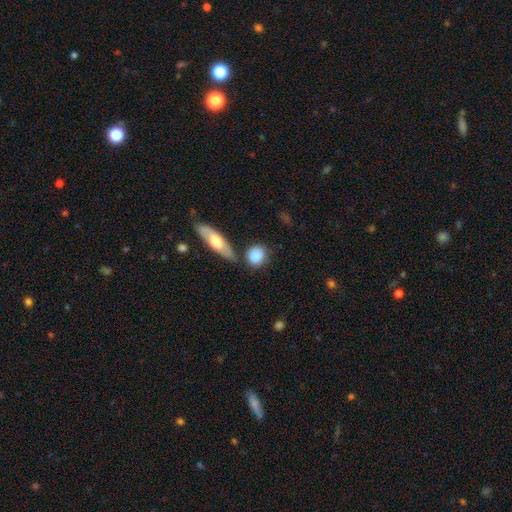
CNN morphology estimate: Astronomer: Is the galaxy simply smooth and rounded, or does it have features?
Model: smooth — 85%.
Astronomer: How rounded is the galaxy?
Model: round — 64%.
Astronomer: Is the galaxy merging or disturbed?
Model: none — 65%.